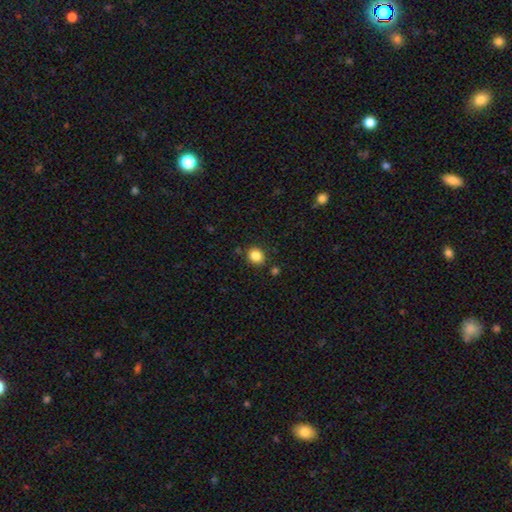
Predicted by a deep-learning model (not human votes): Smooth or featured: smooth — 85% (star or artifact — 10%)
How rounded: round — 69% (in between — 30%)
Merging: none — 86% (minor disturbance — 9%)